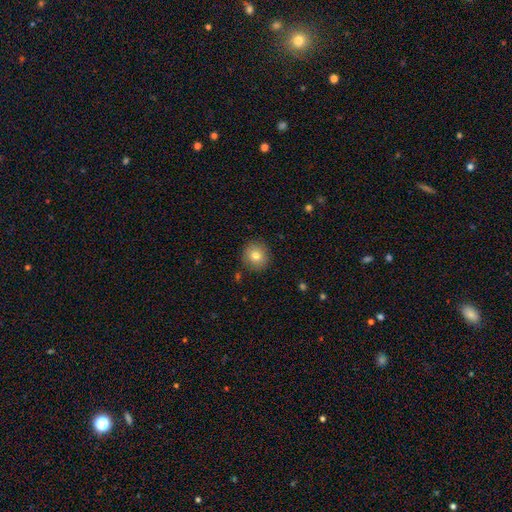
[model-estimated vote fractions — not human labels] A smooth galaxy with no disk features (80%) that is round (92%). Merging: none (89%).